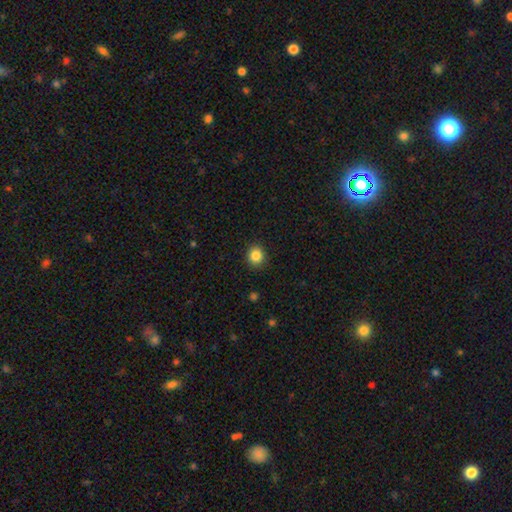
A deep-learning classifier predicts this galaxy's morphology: smooth 86%, star or artifact 10%, featured or disk 4%. Down the decision tree: how rounded — round (84%); merging — none (91%).